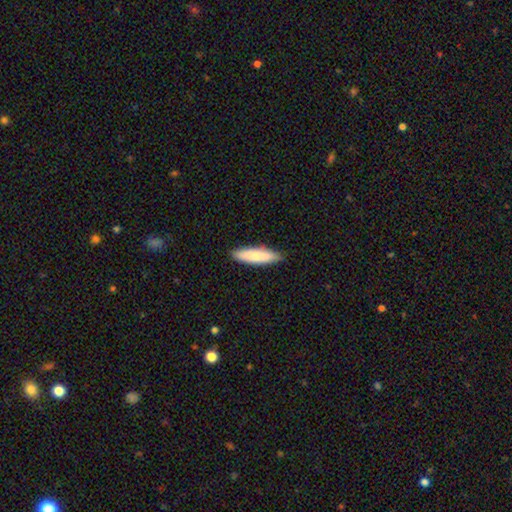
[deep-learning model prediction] This is clearly a smooth galaxy (81%). How rounded: likely cigar-shaped (69%). Merging: clearly none (86%).